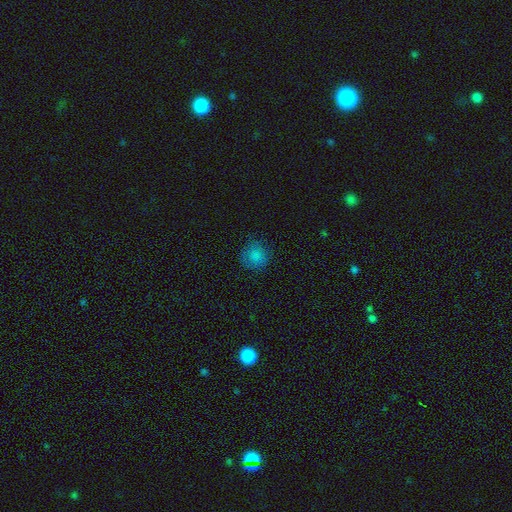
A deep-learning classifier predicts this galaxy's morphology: type=smooth (81%); roundness=round (90%); merging=none (78%).